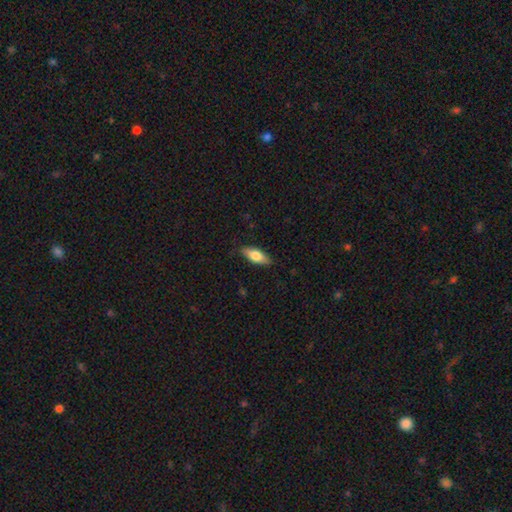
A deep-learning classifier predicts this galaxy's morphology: Q: Smooth or featured?
A: smooth (72%); runner-up: featured or disk (22%)
Q: How rounded?
A: in between (76%); runner-up: cigar-shaped (21%)
Q: Merging?
A: none (85%); runner-up: minor disturbance (12%)